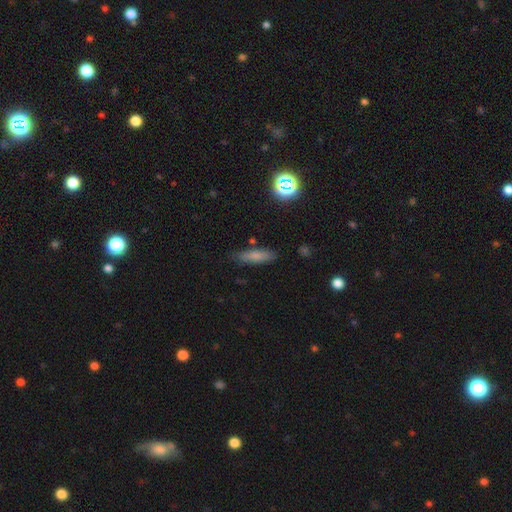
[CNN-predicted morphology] This is likely a smooth galaxy (75%). How rounded: likely cigar-shaped (63%). Merging: clearly none (81%).